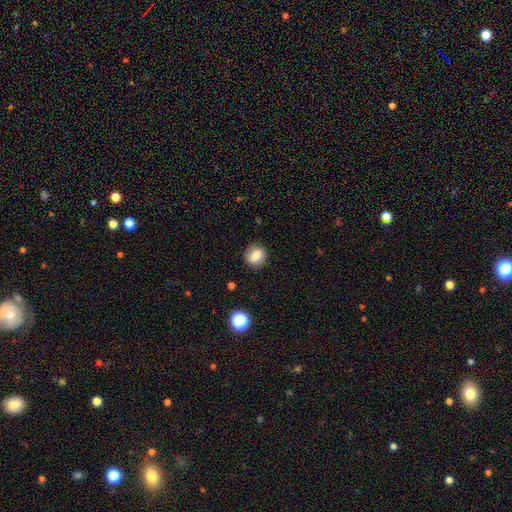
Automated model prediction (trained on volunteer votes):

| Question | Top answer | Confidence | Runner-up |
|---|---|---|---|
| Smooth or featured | smooth | 80% | featured or disk (10%) |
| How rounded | round | 76% | in between (23%) |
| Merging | none | 86% | minor disturbance (10%) |